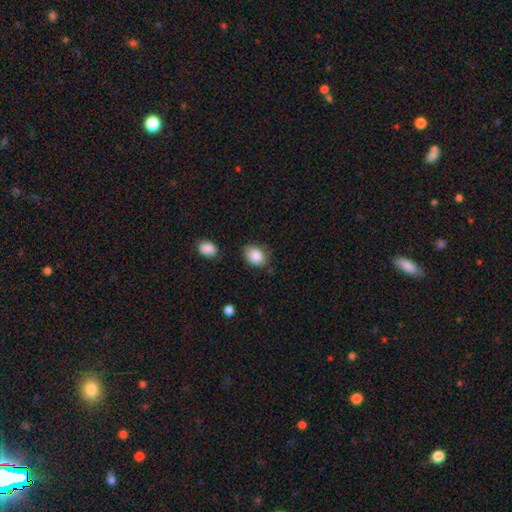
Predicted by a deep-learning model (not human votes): Smooth or featured: smooth — 85% (star or artifact — 8%)
How rounded: in between — 68% (round — 31%)
Merging: none — 74% (minor disturbance — 19%)